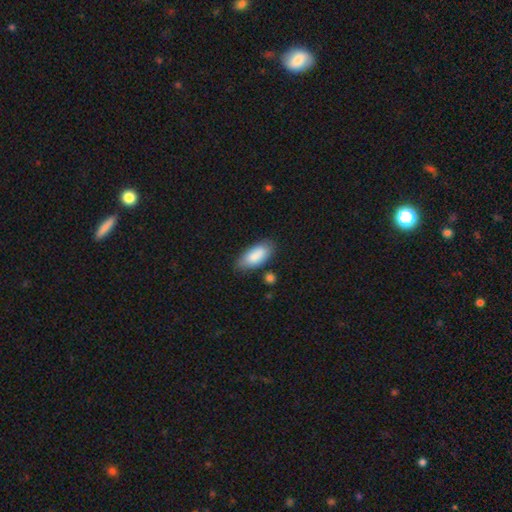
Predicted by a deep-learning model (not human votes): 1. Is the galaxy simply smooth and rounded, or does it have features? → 86% smooth, 8% featured or disk, 6% star or artifact.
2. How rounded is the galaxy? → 87% in between, 11% cigar-shaped, 2% round.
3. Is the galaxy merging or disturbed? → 77% none, 16% minor disturbance, 4% merger, 3% major disturbance.